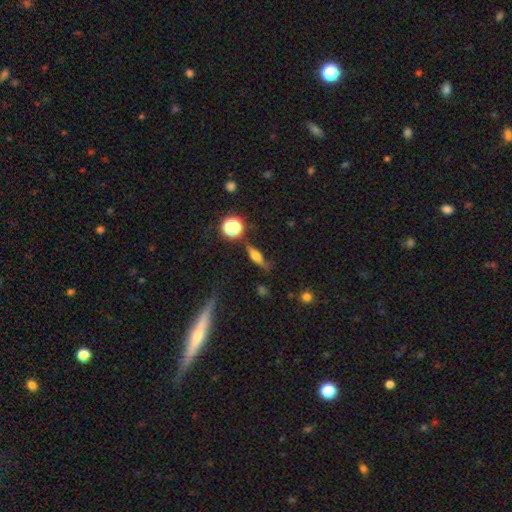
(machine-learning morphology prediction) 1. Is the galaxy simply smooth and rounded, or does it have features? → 46% smooth, 40% featured or disk, 14% star or artifact.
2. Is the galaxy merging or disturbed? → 59% none, 24% minor disturbance, 12% major disturbance, 5% merger.